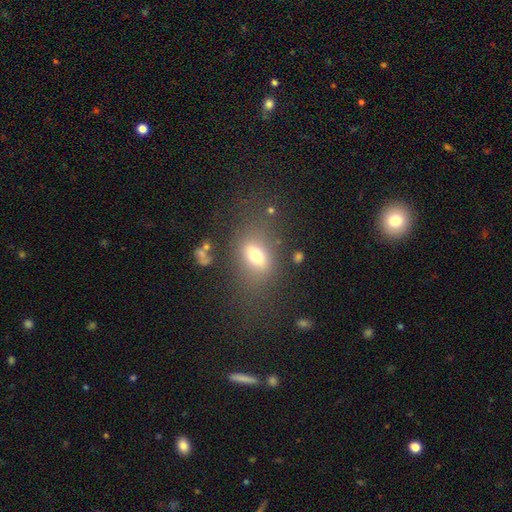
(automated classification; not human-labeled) smooth_or_featured: smooth (p=0.67) [alt: featured or disk p=0.21]
how_rounded: in between (p=0.79) [alt: round p=0.14]
merging: none (p=0.66) [alt: minor disturbance p=0.16]